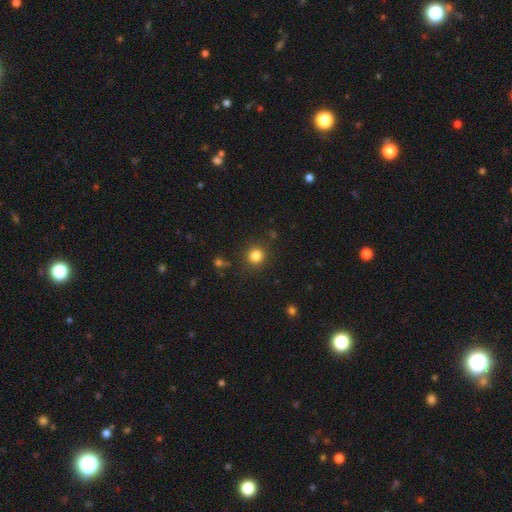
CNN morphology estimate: Smooth or featured? Predicted: smooth (p=0.82). How rounded? Predicted: round (p=0.92). Merging? Predicted: none (p=0.87).